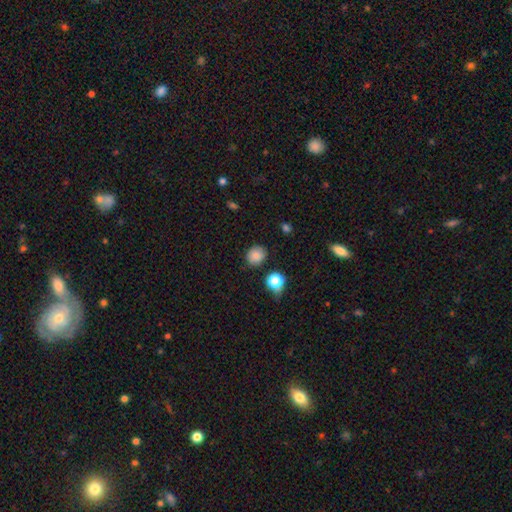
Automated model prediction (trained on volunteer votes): smooth-or-featured: smooth: 83% | star or artifact: 11% | featured or disk: 5%
  how-rounded: round: 77% | in between: 22% | cigar-shaped: 1%
  merging: none: 83% | minor disturbance: 11% | major disturbance: 3% | merger: 2%